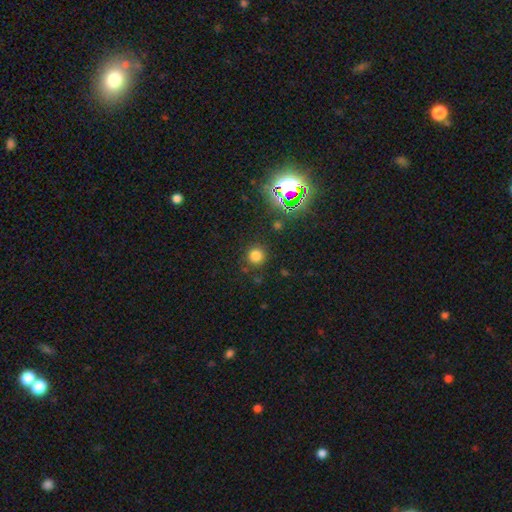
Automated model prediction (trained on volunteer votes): The model was most divided on "smooth or featured": smooth: 74%, star or artifact: 21%, featured or disk: 6%. More confident: how rounded — round (94%); merging — none (87%).